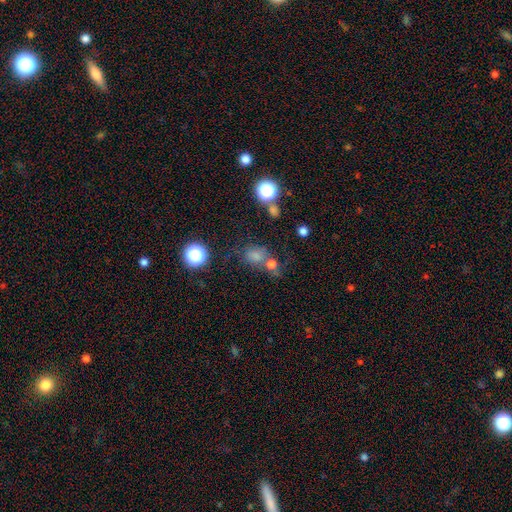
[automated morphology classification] smooth-or-featured: smooth: 60% | star or artifact: 30% | featured or disk: 10%
  how-rounded: round: 67% | in between: 32% | cigar-shaped: 1%
  merging: none: 55% | merger: 25% | minor disturbance: 13% | major disturbance: 7%